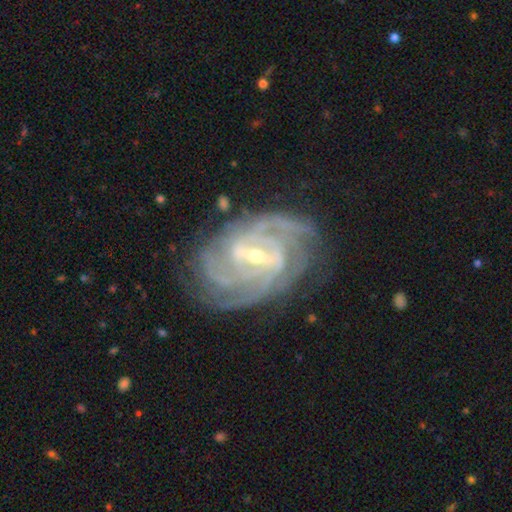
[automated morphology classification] Smooth or featured?
  - featured or disk: 92% *
  - star or artifact: 5%
  - smooth: 3%
Edge-on disk?
  - no: 97% *
  - yes: 3%
Bar?
  - strong: 49% *
  - weak: 42%
  - no: 9%
Spiral arms?
  - yes: 98% *
  - no: 2%
Spiral winding?
  - tight: 67% *
  - medium: 29%
  - loose: 4%
Spiral arm count?
  - 4: 30% *
  - 3: 24%
  - can't tell: 16%
  - 2: 15%
  - more than 4: 9%
  - 1: 6%
Bulge size?
  - small: 59% *
  - moderate: 37%
  - large: 1%
  - none: 1%
  - dominant: 1%
Merging?
  - none: 77% *
  - minor disturbance: 16%
  - major disturbance: 5%
  - merger: 1%